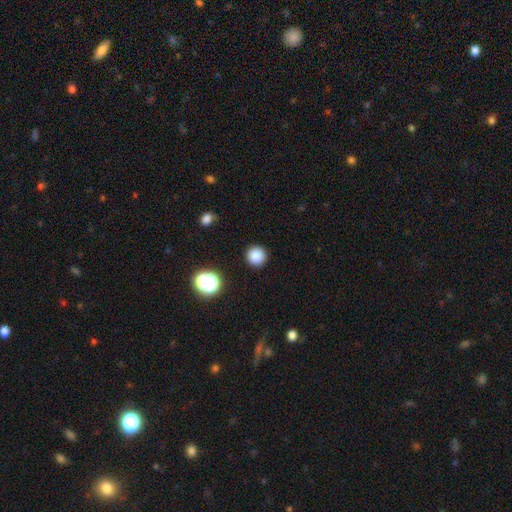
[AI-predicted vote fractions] A smooth galaxy with no disk features (84%) that is round (95%).

Vote fractions:
- Smooth or featured? smooth: 84% / star or artifact: 12% / featured or disk: 4%
- How rounded? round: 95% / in between: 4% / cigar-shaped: 1%
- Merging? none: 91% / minor disturbance: 6% / major disturbance: 2% / merger: 1%